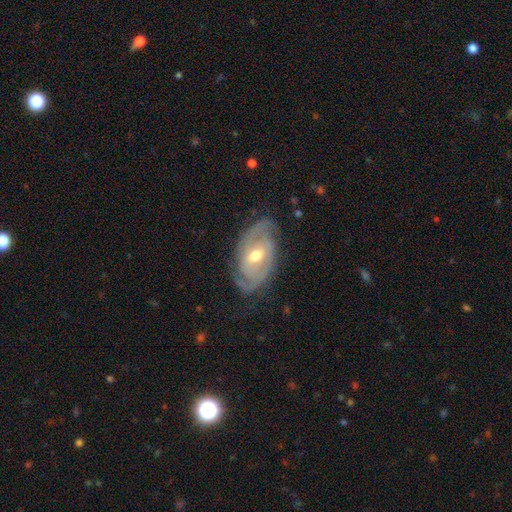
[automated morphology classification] This is clearly a featured or disk galaxy (86%). It is clearly not viewed edge-on (95%). Bar: possibly weak (45%). Spiral arm pattern: clearly yes (94%). Spiral arm count: likely 2 (70%). Spiral winding: possibly tight (56%). Central bulge: likely moderate (71%). Merging: likely none (76%).